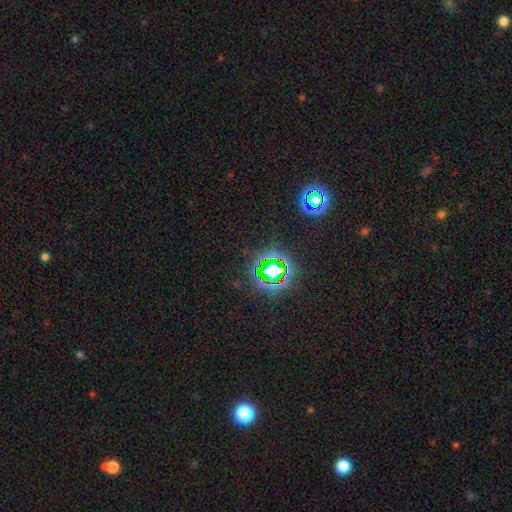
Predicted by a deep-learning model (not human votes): Smooth or featured? Predicted: star or artifact (p=0.80).